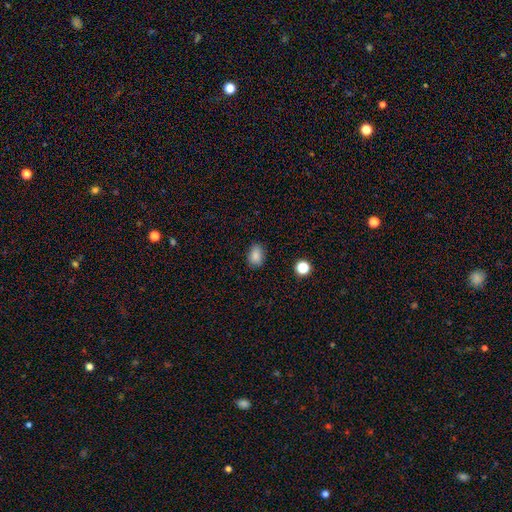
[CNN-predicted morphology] smooth-or-featured: smooth: 85% | star or artifact: 11% | featured or disk: 5%
  how-rounded: in between: 77% | round: 21% | cigar-shaped: 1%
  merging: none: 81% | minor disturbance: 14% | major disturbance: 3% | merger: 2%